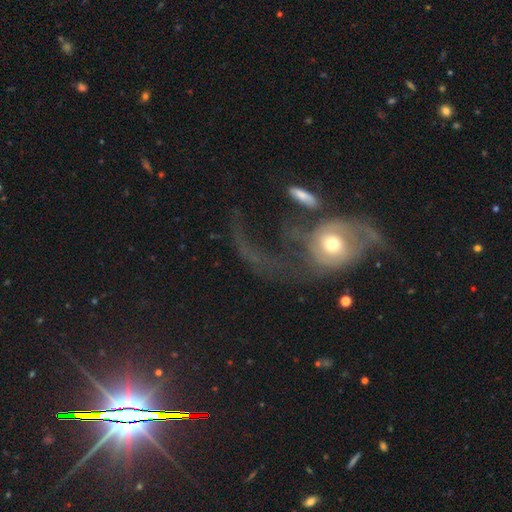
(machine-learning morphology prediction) smooth_or_featured: featured or disk (p=0.69) [alt: smooth p=0.16]
disk_edge_on: no (p=0.95) [alt: yes p=0.05]
bar: no (p=0.70) [alt: weak p=0.21]
has_spiral_arms: yes (p=0.82) [alt: no p=0.18]
spiral_winding: loose (p=0.70) [alt: medium p=0.23]
spiral_arm_count: 2 (p=0.66) [alt: 1 p=0.19]
bulge_size: moderate (p=0.63) [alt: small p=0.23]
merging: major disturbance (p=0.43) [alt: none p=0.25]